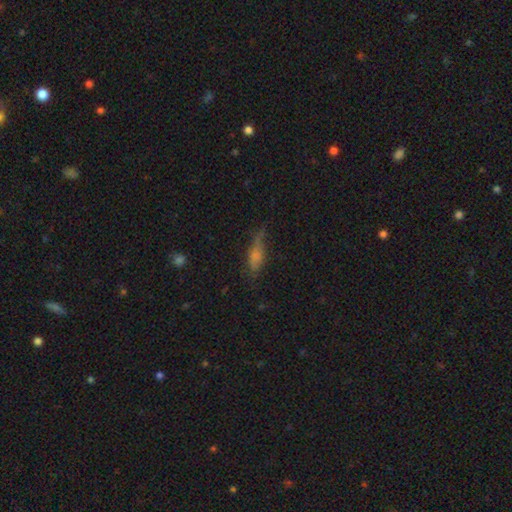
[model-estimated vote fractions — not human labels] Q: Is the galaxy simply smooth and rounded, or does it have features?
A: smooth — 56%.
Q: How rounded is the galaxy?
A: cigar-shaped — 56%.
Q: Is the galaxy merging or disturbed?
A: none — 57%.